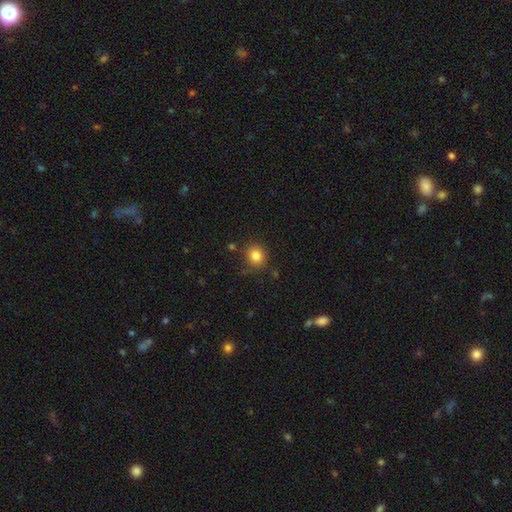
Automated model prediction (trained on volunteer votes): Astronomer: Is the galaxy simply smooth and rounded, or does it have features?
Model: smooth — 83%.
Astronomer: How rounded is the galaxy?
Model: round — 79%.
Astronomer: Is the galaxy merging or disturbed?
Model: none — 82%.